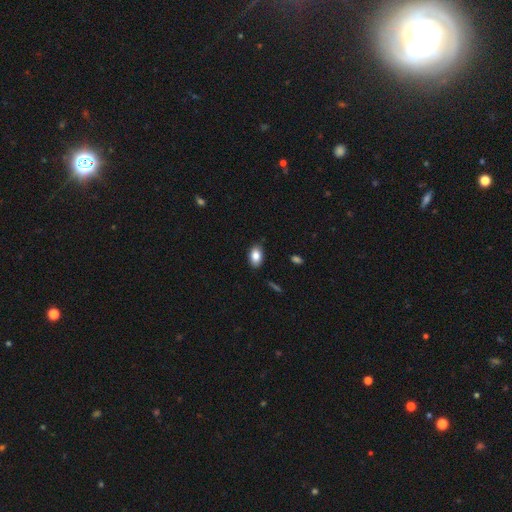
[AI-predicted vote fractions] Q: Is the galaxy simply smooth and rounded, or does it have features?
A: smooth — 84%.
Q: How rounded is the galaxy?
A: in between — 90%.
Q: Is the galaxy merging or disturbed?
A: none — 85%.